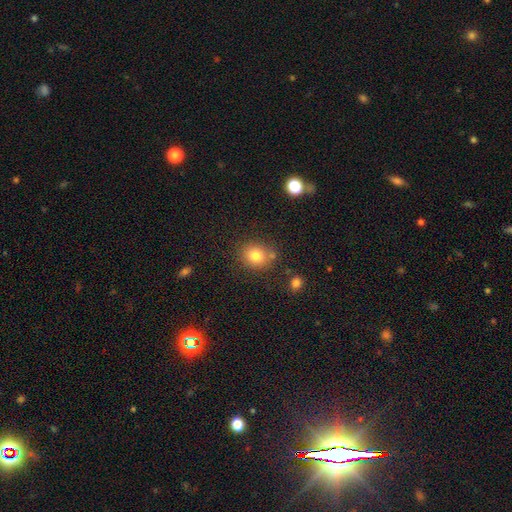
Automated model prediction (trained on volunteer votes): Smooth or featured: smooth — 80% (star or artifact — 12%)
How rounded: round — 73% (in between — 27%)
Merging: none — 74% (minor disturbance — 13%)